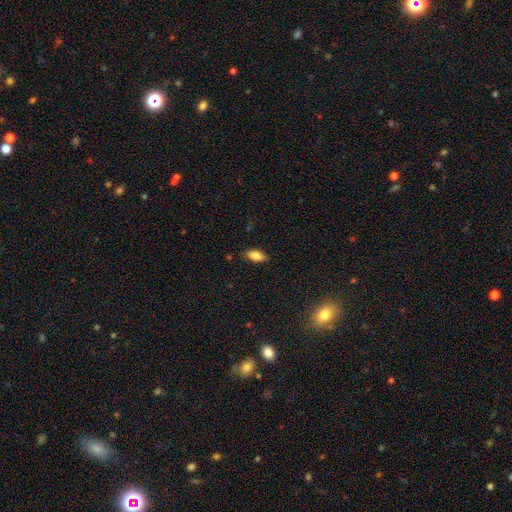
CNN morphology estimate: Smooth or featured: smooth — 85% (star or artifact — 8%)
How rounded: in between — 89% (cigar-shaped — 8%)
Merging: none — 84% (minor disturbance — 12%)